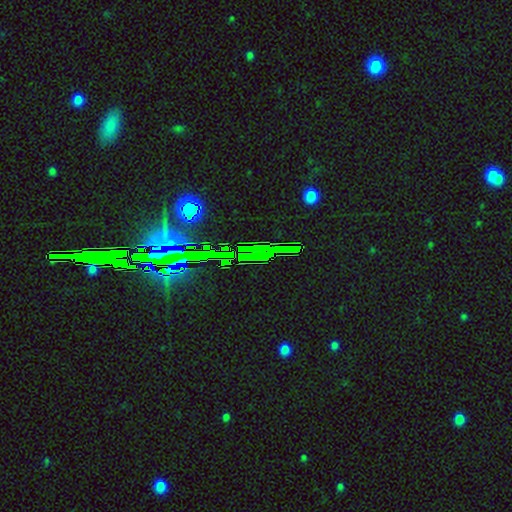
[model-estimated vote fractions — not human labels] The model was most divided on "smooth or featured": star or artifact: 81%, featured or disk: 10%, smooth: 9%.